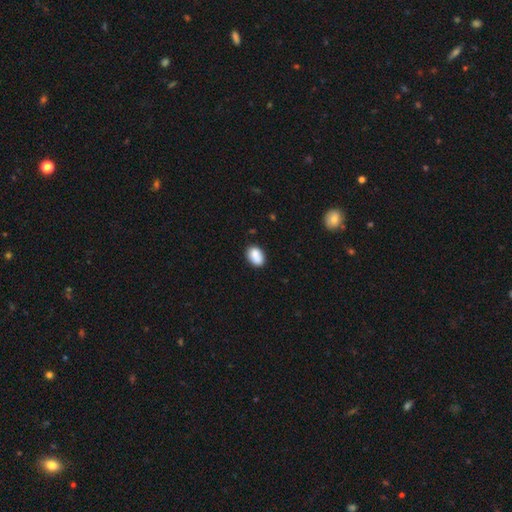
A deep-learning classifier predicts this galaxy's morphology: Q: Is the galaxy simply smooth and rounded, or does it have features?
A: smooth — 88%.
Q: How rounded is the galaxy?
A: in between — 86%.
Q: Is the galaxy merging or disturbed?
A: none — 81%.